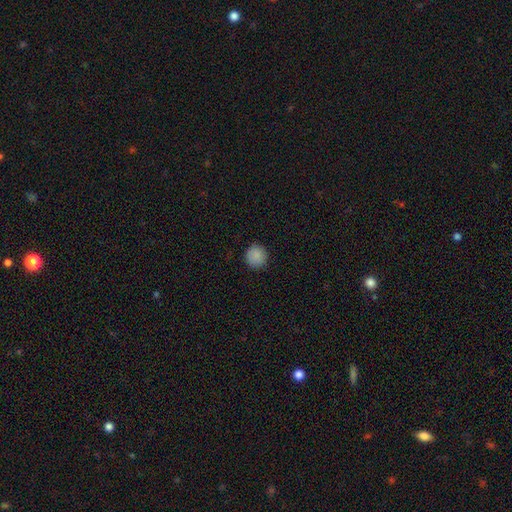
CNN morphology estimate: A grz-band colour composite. It shows a smooth galaxy with no disk features (88%) that is round (94%). Merging: none (91%).